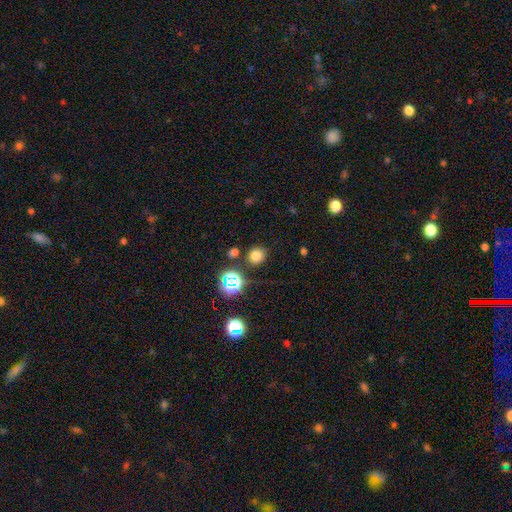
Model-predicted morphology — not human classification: smooth-or-featured: smooth: 73% | star or artifact: 21% | featured or disk: 6%
  how-rounded: round: 84% | in between: 15% | cigar-shaped: 1%
  merging: none: 82% | minor disturbance: 9% | merger: 5% | major disturbance: 4%